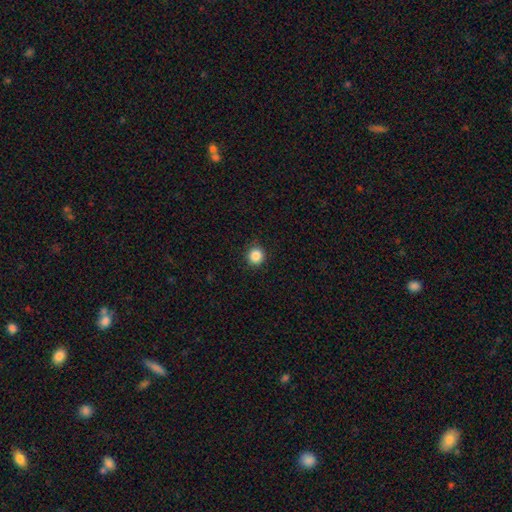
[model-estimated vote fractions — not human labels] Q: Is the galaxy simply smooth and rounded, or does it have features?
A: smooth — 86%.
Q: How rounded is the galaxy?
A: round — 94%.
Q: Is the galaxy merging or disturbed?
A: none — 90%.